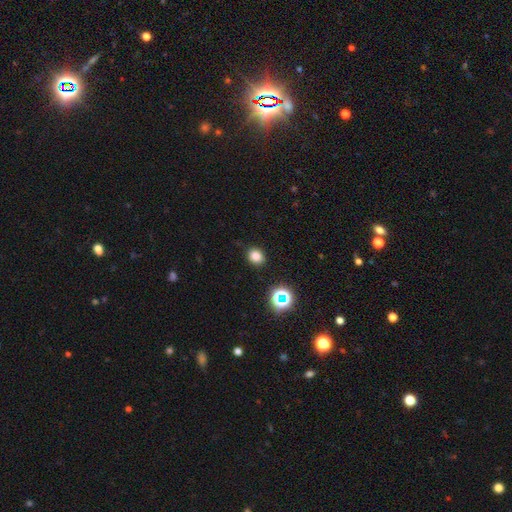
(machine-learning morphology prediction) smooth-or-featured: smooth: 79% | star or artifact: 16% | featured or disk: 5%
  how-rounded: round: 59% | in between: 40% | cigar-shaped: 1%
  merging: none: 86% | minor disturbance: 9% | major disturbance: 3% | merger: 2%